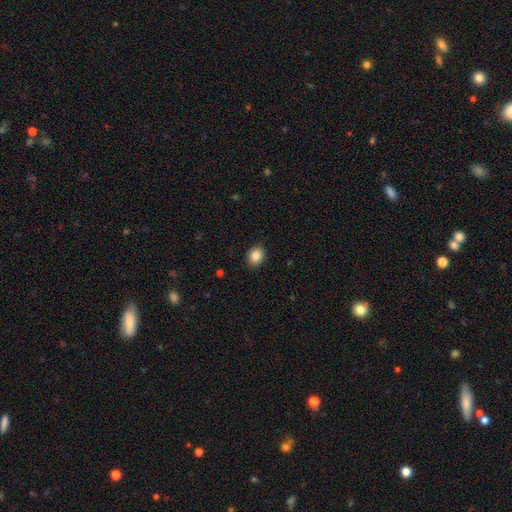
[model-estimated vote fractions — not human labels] This is clearly a smooth galaxy (86%). How rounded: likely round (62%). Merging: clearly none (91%).